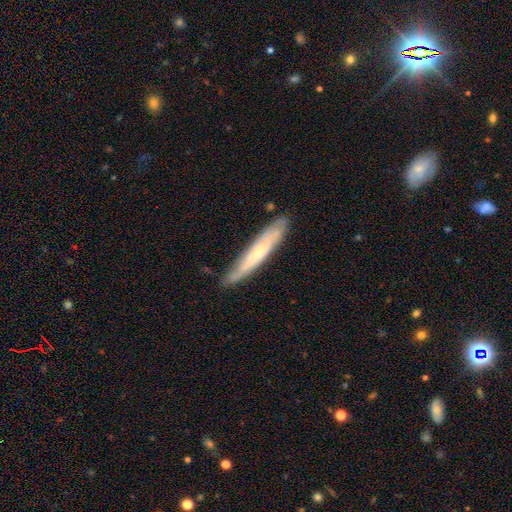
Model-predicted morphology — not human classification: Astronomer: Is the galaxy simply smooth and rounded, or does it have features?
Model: smooth — 48% (runner-up: featured or disk, 45%).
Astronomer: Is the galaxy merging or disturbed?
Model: none — 75%.